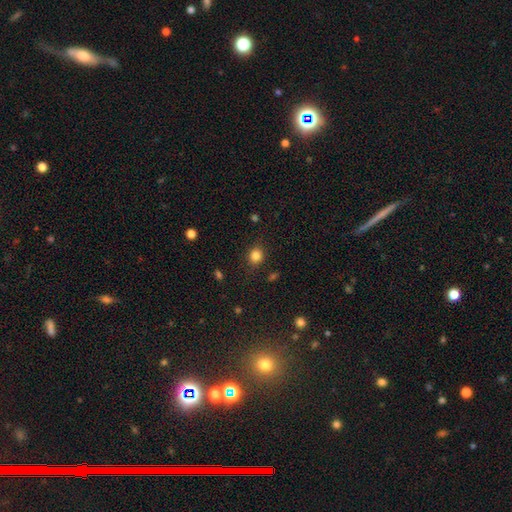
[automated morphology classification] This is clearly a smooth galaxy (83%). How rounded: likely round (77%). Merging: clearly none (85%).